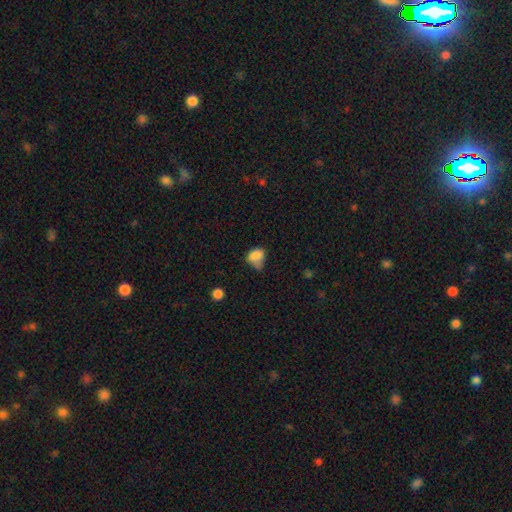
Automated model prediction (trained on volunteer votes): Smooth or featured? smooth (80%)
How rounded? in between (69%)
Merging? minor disturbance (40%)